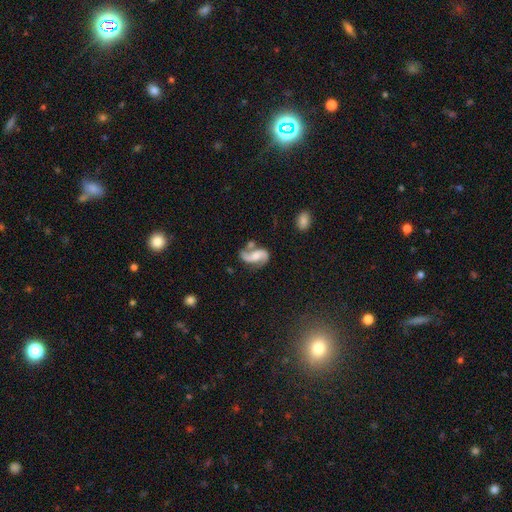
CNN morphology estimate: Smooth or featured? Predicted: featured or disk (p=0.84). Edge-on disk? Predicted: no (p=0.98). Bar? Predicted: no (p=0.48). Spiral arms? Predicted: yes (p=0.96). Spiral winding? Predicted: loose (p=0.54). Spiral arm count? Predicted: 2 (p=0.92). Bulge size? Predicted: moderate (p=0.36). Merging? Predicted: none (p=0.58).